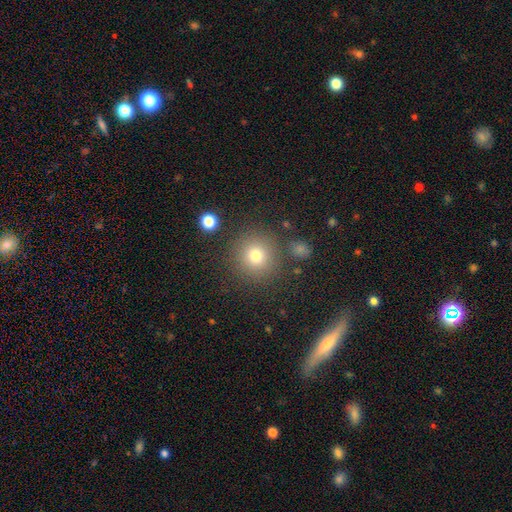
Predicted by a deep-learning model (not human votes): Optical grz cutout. It shows a smooth galaxy with no disk features (78%) that is round (93%). Merging: none (85%).